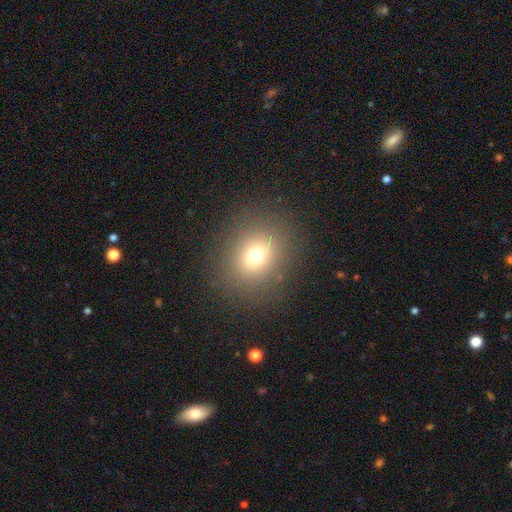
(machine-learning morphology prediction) Overall: smooth (71%). How rounded: round (68%; in between 32%). Merging: none (87%).